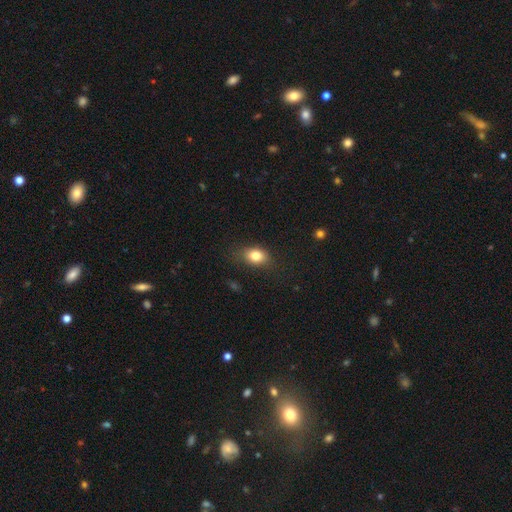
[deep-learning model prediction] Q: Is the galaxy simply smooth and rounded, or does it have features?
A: smooth — 82%.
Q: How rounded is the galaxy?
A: in between — 74%.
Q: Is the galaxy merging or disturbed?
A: none — 77%.